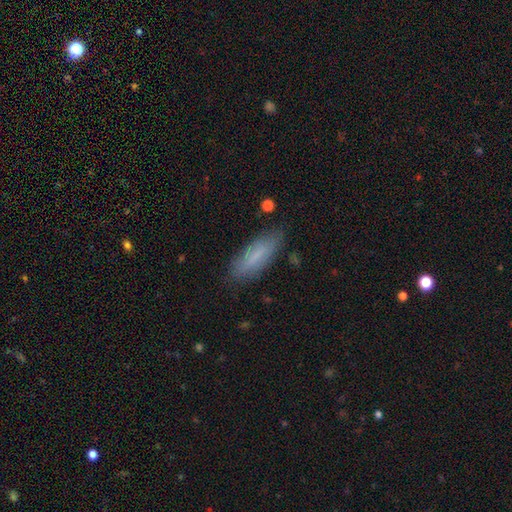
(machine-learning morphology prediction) smooth 74%, featured or disk 18%, star or artifact 8%. Down the decision tree: how rounded — cigar-shaped (49%, tied with in between); merging — none (81%).